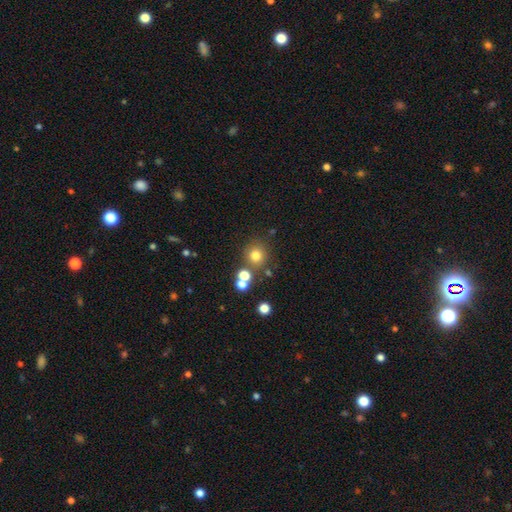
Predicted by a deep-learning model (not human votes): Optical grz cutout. It shows a smooth galaxy with no disk features (74%) that is round (89%). Merging: none (74%).